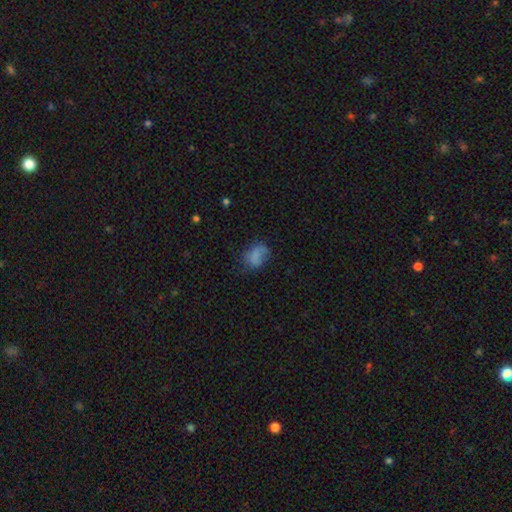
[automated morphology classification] Smooth or featured?
  - smooth: 71% *
  - featured or disk: 16%
  - star or artifact: 12%
How rounded?
  - in between: 73% *
  - round: 26%
  - cigar-shaped: 1%
Merging?
  - none: 45% *
  - minor disturbance: 30%
  - major disturbance: 22%
  - merger: 3%